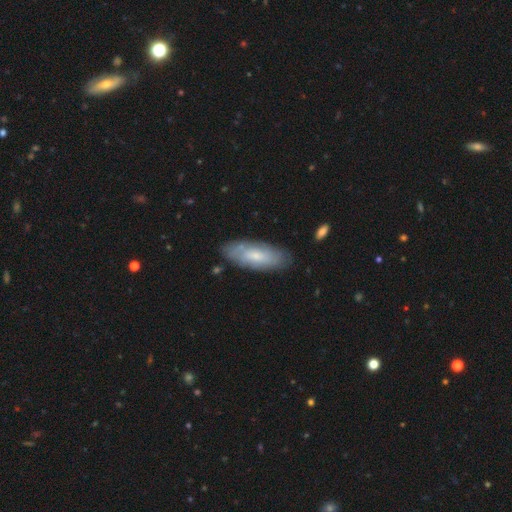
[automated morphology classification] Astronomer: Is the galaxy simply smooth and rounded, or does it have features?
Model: smooth — 55% (runner-up: featured or disk, 39%).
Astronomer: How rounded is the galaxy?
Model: in between — 72%.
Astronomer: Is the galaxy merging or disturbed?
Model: none — 80%.